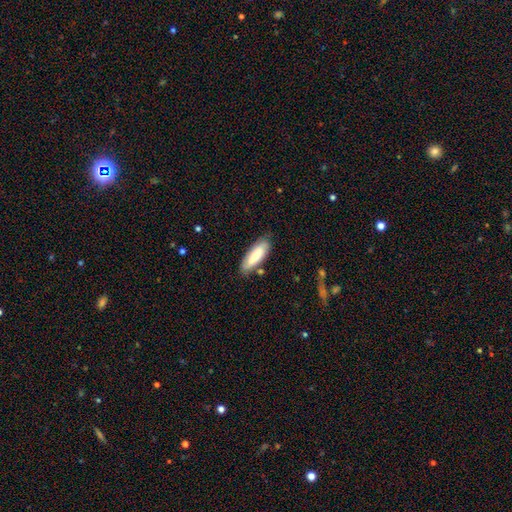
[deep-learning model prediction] smooth-or-featured: smooth: 73% | featured or disk: 21% | star or artifact: 6%
  how-rounded: in between: 60% | cigar-shaped: 38% | round: 2%
  merging: none: 77% | minor disturbance: 16% | merger: 3% | major disturbance: 3%